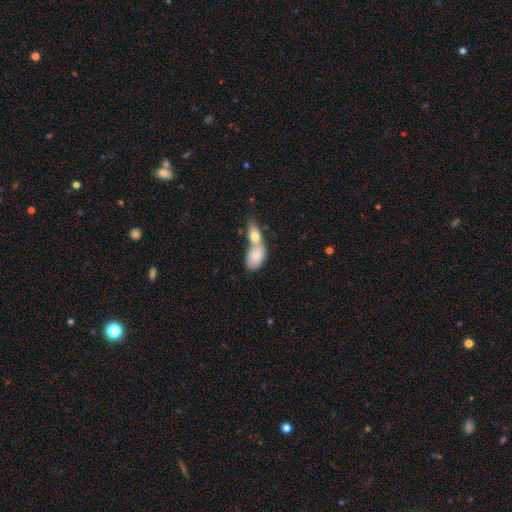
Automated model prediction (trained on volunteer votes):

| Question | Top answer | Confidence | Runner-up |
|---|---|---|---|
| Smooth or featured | smooth | 78% | featured or disk (16%) |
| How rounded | in between | 88% | round (8%) |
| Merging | merger | 69% | none (20%) |